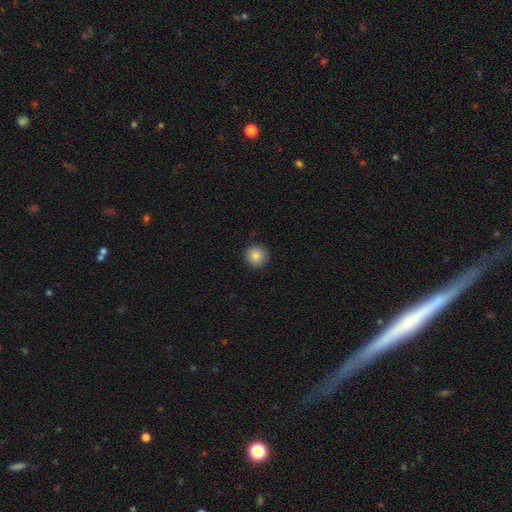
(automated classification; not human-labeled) Smooth or featured: smooth — 86% (star or artifact — 9%)
How rounded: round — 94% (in between — 5%)
Merging: none — 91% (minor disturbance — 6%)